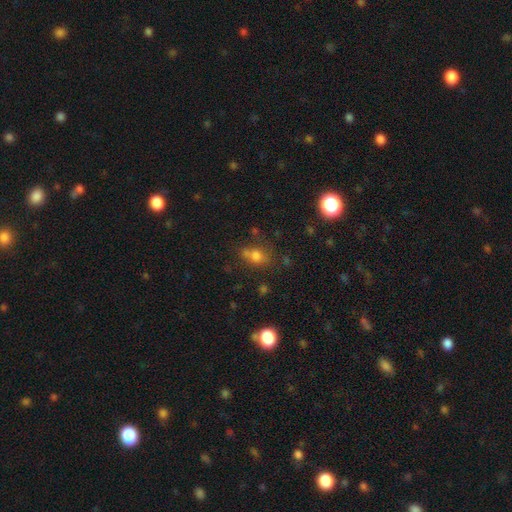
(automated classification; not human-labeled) Overall: smooth (70%). How rounded: round (53%; in between 45%). Merging: none (52%; merger 22%).